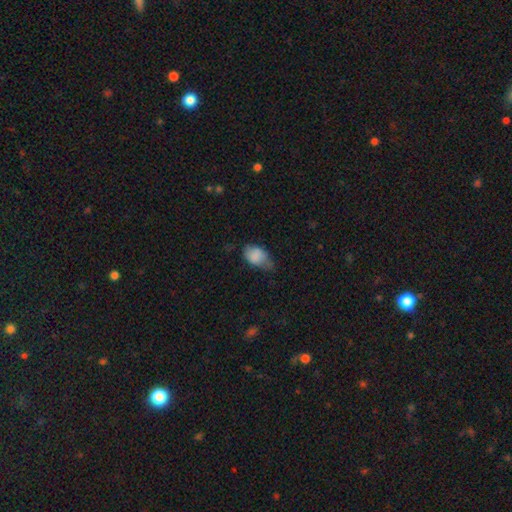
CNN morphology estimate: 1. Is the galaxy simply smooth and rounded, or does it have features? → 81% smooth, 11% featured or disk, 8% star or artifact.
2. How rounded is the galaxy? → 84% in between, 14% round, 1% cigar-shaped.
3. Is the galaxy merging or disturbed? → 43% minor disturbance, 39% none, 16% major disturbance, 2% merger.